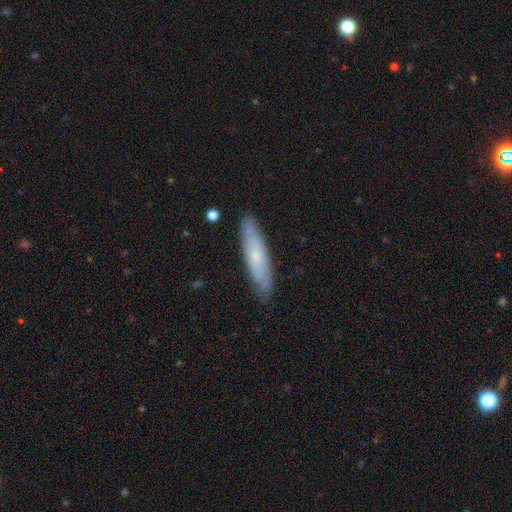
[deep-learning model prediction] smooth 49%, featured or disk 45%, star or artifact 6%. Down the decision tree: merging — none (84%).